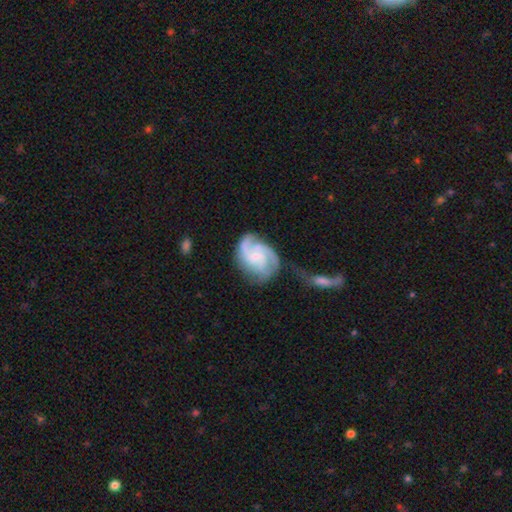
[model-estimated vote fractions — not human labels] This is clearly a featured or disk galaxy (85%). It is clearly not viewed edge-on (98%). Bar: likely no (64%). Spiral arm pattern: clearly yes (97%). Spiral arm count: possibly 3 (52%). Spiral winding: possibly tight (45%). Central bulge: likely small (69%). Merging: possibly none (49%).